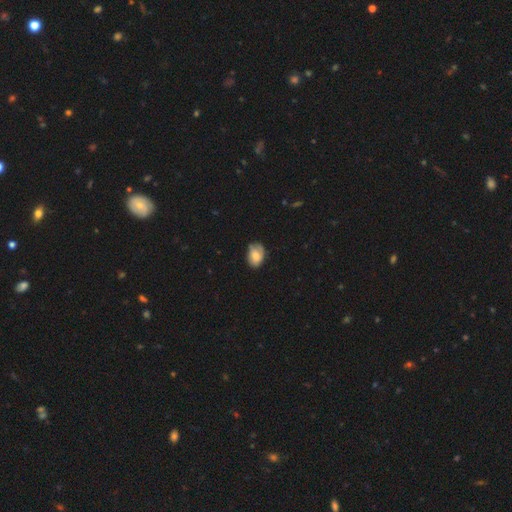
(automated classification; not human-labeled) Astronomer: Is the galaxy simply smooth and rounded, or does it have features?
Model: smooth — 72%.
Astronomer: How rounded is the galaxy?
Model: in between — 77%.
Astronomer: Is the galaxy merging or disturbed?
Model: none — 59%.